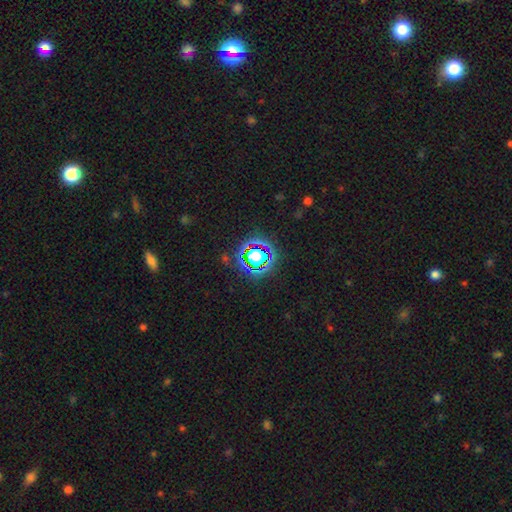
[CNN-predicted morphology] type=star or artifact (65%).